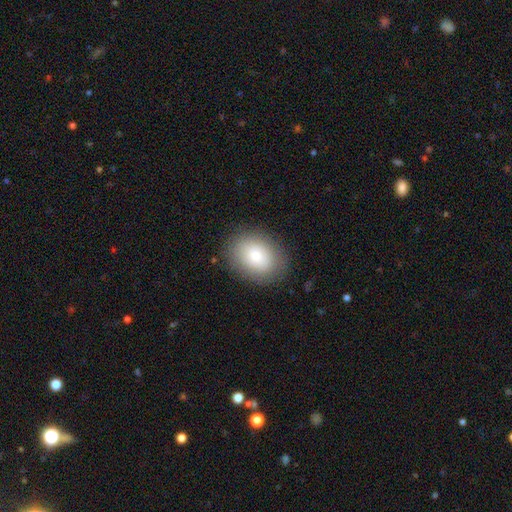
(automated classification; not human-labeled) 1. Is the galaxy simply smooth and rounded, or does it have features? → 81% smooth, 11% featured or disk, 8% star or artifact.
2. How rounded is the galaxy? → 64% in between, 35% round, 1% cigar-shaped.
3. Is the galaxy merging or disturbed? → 86% none, 10% minor disturbance, 3% major disturbance, 1% merger.